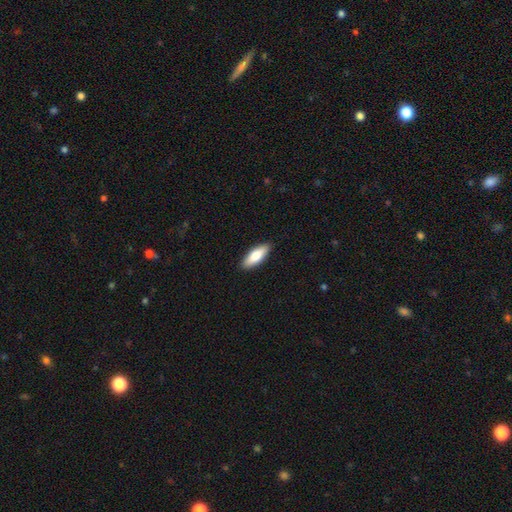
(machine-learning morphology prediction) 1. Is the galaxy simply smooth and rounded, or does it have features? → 79% smooth, 15% featured or disk, 5% star or artifact.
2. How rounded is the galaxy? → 65% in between, 33% cigar-shaped, 2% round.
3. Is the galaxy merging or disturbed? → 89% none, 8% minor disturbance, 2% major disturbance, 1% merger.